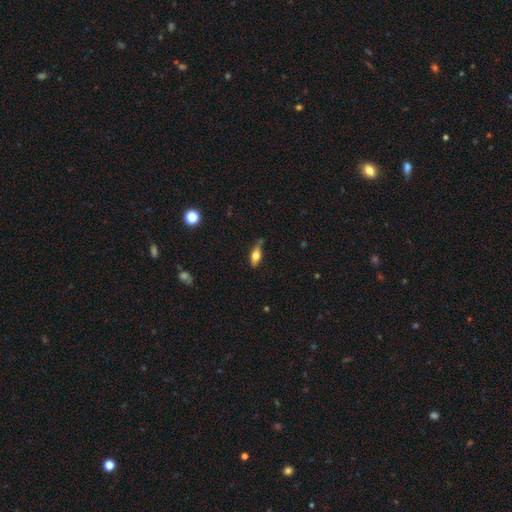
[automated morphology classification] This is likely a smooth galaxy (65%). How rounded: likely in between (72%). Merging: likely none (64%).